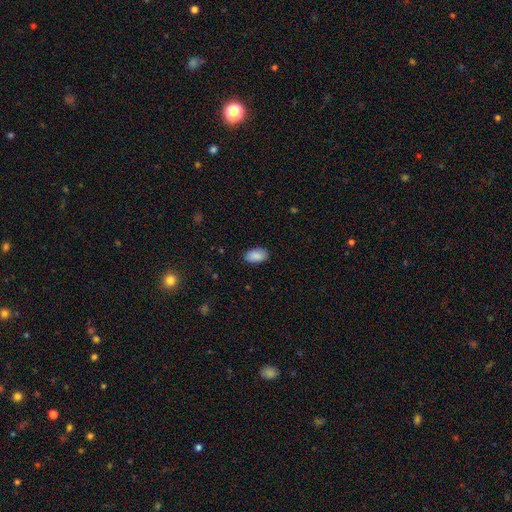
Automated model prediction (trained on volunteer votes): This appears to be a smooth galaxy with no disk features (89%) that is in between round and cigar-shaped (94%). Merging: none (86%).